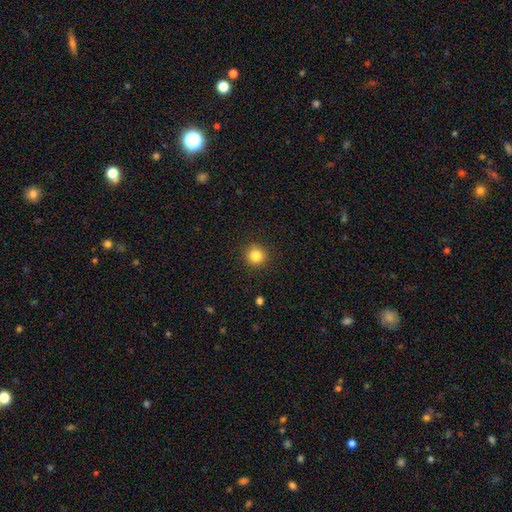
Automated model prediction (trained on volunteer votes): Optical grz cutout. It shows a smooth galaxy with no disk features (84%) that is round (94%). Merging: none (91%).